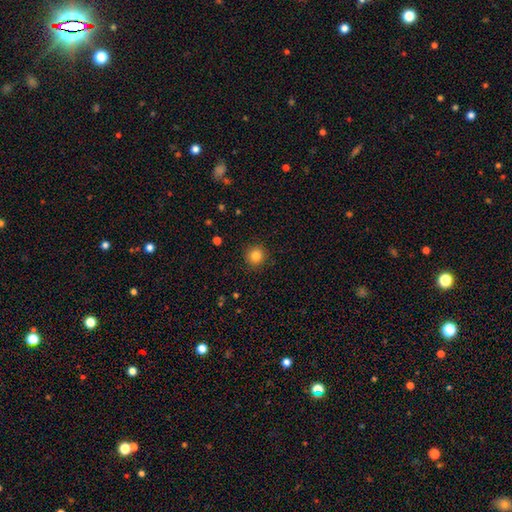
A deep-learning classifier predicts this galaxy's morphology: A smooth galaxy with no disk features (84%) that is round (93%).

Vote fractions:
- Smooth or featured? smooth: 84% / star or artifact: 11% / featured or disk: 5%
- How rounded? round: 93% / in between: 6% / cigar-shaped: 1%
- Merging? none: 91% / minor disturbance: 6% / major disturbance: 2% / merger: 1%